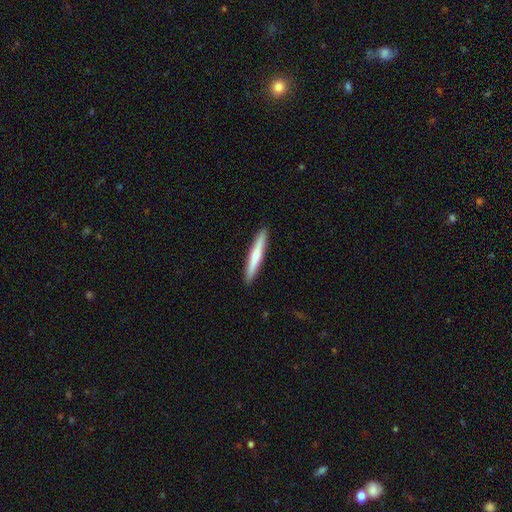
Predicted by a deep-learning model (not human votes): A smooth galaxy with no disk features (63%) that is cigar-shaped (96%).

Vote fractions:
- Smooth or featured? smooth: 63% / featured or disk: 32% / star or artifact: 5%
- How rounded? cigar-shaped: 96% / in between: 3% / round: 1%
- Merging? none: 92% / minor disturbance: 5% / major disturbance: 1% / merger: 1%